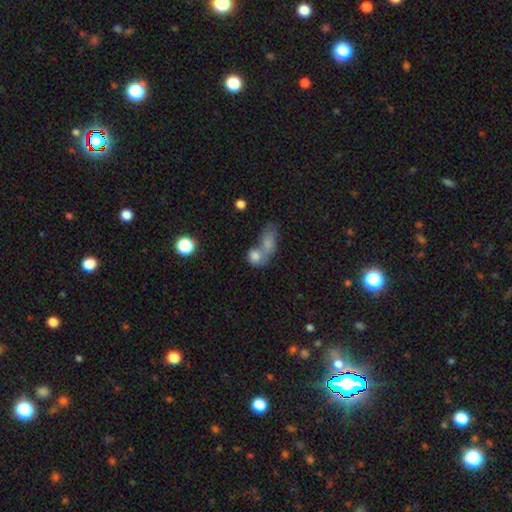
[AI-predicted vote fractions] Smooth or featured? Predicted: smooth (p=0.77). How rounded? Predicted: in between (p=0.53). Merging? Predicted: merger (p=0.64).